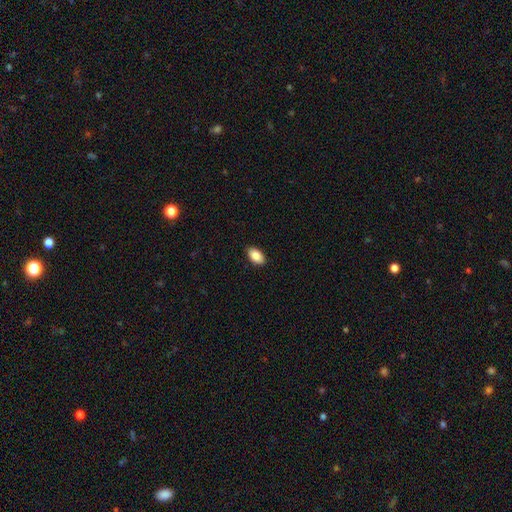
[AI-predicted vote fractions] A smooth galaxy with no disk features (86%) that is in between round and cigar-shaped (94%). Merging: none (90%).